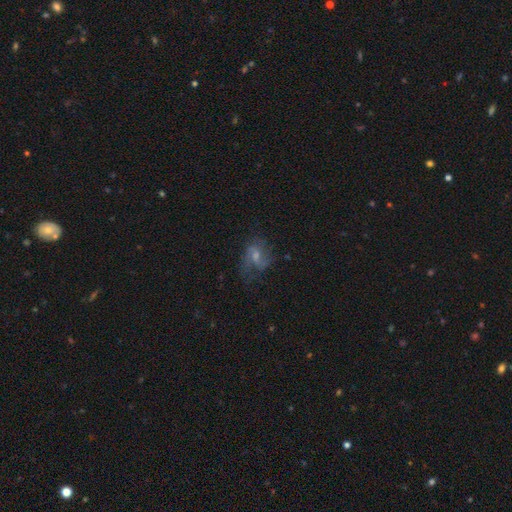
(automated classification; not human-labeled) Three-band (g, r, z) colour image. It shows a featured or disk galaxy (60%) with a weak bar (47%), spiral arms (80%) and a moderate central bulge (43%, tied with small). Merging: none (50%).